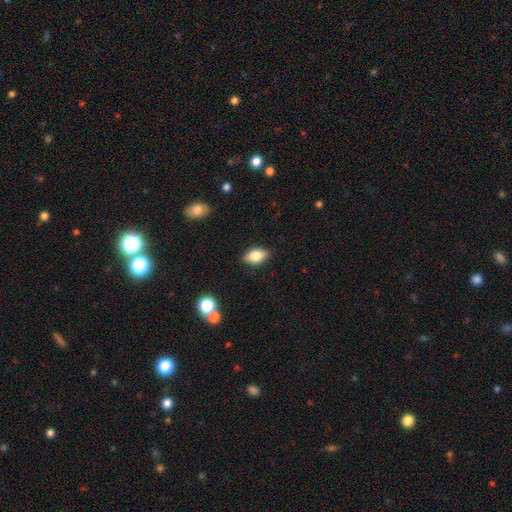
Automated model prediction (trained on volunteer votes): smooth-or-featured: smooth: 77% | featured or disk: 15% | star or artifact: 8%
  how-rounded: in between: 88% | round: 9% | cigar-shaped: 4%
  merging: none: 85% | minor disturbance: 11% | major disturbance: 2% | merger: 1%